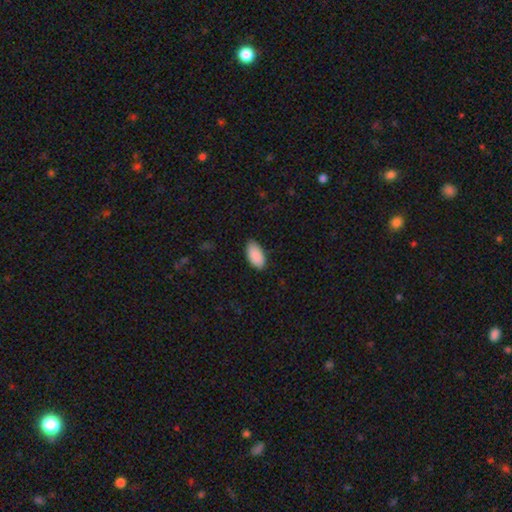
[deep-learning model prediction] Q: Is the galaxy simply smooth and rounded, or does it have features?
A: smooth — 91%.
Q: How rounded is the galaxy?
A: in between — 95%.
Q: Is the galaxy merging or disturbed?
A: none — 83%.